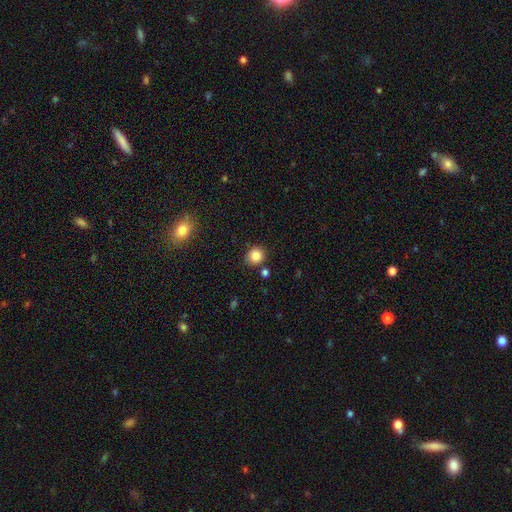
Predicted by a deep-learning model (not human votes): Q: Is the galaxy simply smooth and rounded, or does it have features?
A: smooth — 85%.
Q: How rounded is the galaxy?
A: round — 82%.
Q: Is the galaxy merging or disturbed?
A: none — 82%.